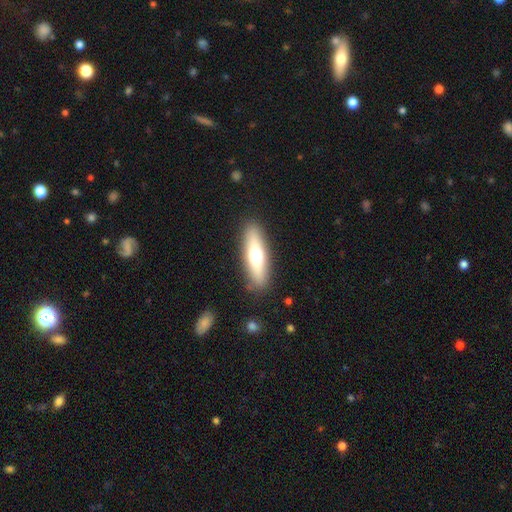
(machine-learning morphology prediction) Overall: smooth (55%; featured or disk 38%). How rounded: cigar-shaped (58%; in between 39%). Merging: none (87%).